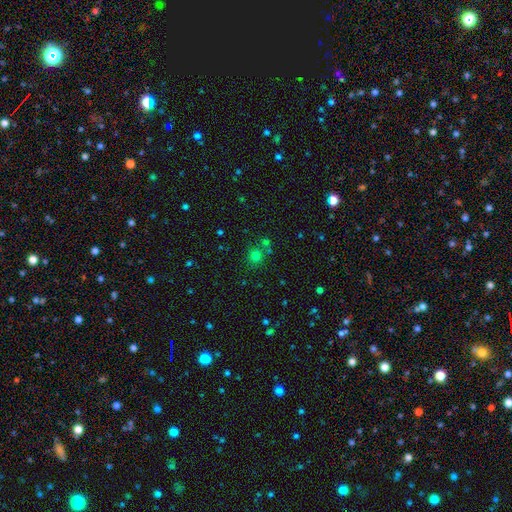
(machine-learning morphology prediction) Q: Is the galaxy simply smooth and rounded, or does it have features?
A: smooth — 70%.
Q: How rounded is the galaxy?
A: round — 90%.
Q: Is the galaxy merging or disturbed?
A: none — 73%.